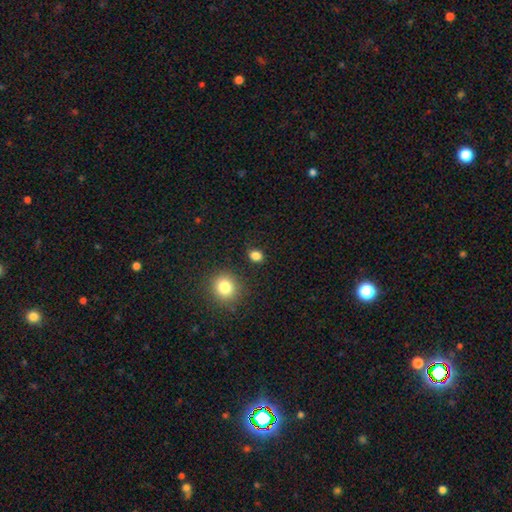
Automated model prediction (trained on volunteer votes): A smooth galaxy with no disk features (83%) that is round (50%). Merging: none (84%).